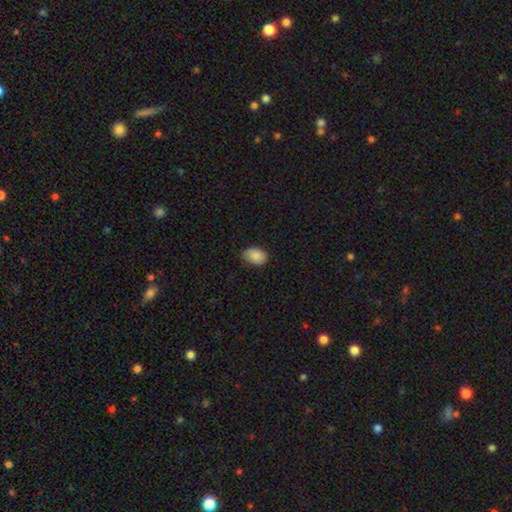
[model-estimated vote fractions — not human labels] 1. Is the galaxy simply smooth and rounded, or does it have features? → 85% smooth, 8% featured or disk, 7% star or artifact.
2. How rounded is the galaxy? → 83% in between, 15% round, 1% cigar-shaped.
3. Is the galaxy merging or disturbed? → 74% none, 22% minor disturbance, 3% major disturbance, 1% merger.